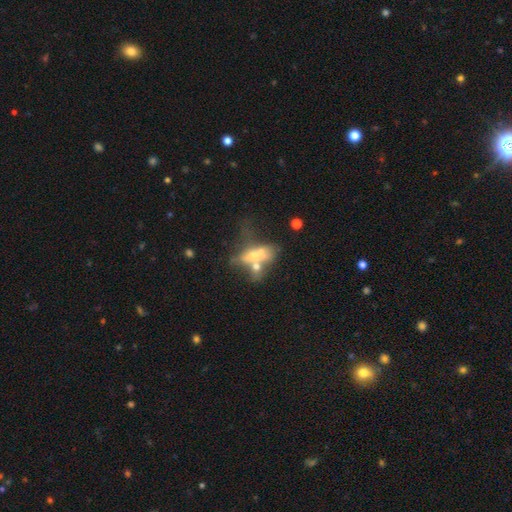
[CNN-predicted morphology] smooth_or_featured: smooth (p=0.46) [alt: featured or disk p=0.43]
merging: merger (p=0.52) [alt: major disturbance p=0.19]